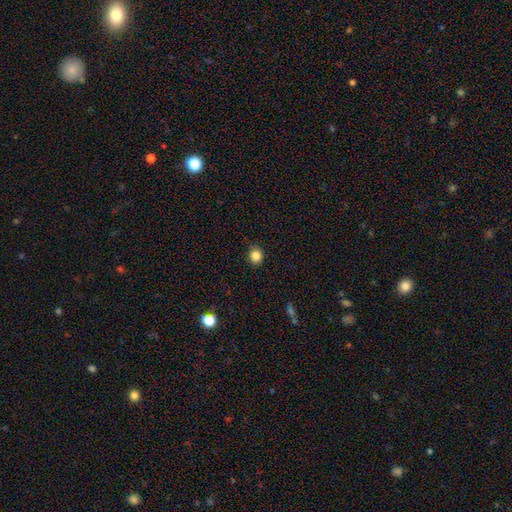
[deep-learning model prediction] Overall: smooth (84%). How rounded: round (84%). Merging: none (88%).